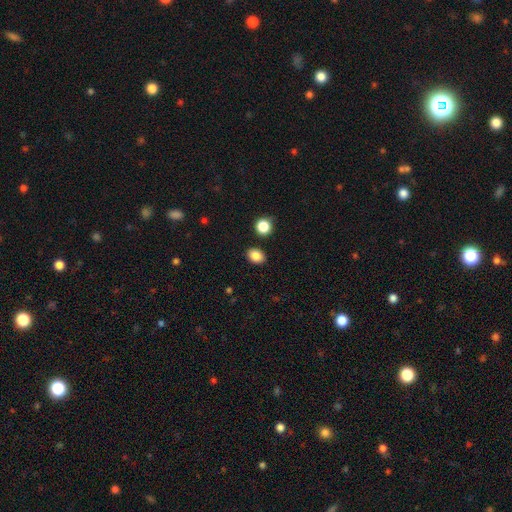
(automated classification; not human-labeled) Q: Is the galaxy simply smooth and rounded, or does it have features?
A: smooth — 86%.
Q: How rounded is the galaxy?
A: in between — 61%.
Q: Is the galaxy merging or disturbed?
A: none — 87%.